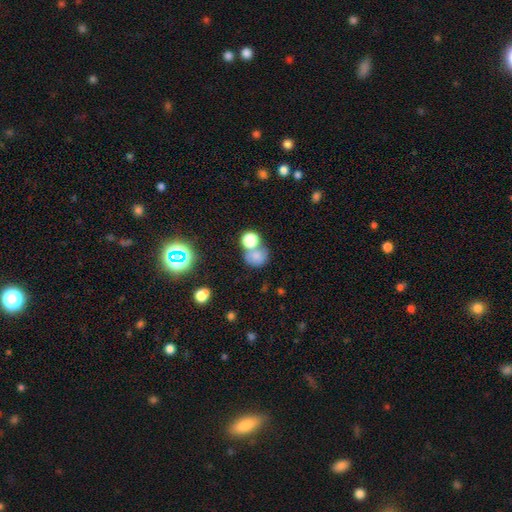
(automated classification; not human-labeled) Smooth or featured? smooth (69%)
How rounded? round (77%)
Merging? none (42%)